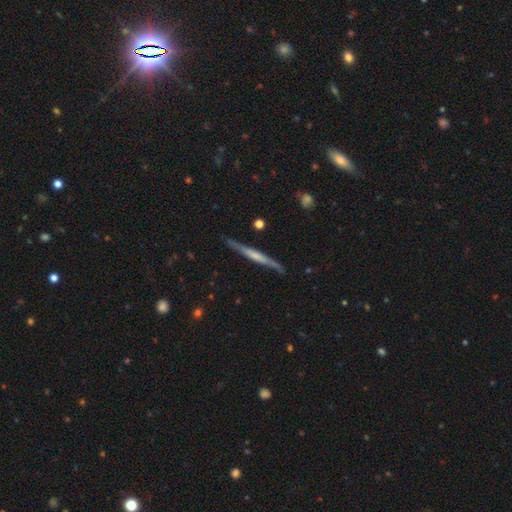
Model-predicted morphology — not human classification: Smooth or featured: featured or disk — 64% (smooth — 31%)
Edge-on disk: yes — 95% (no — 5%)
Edge-on bulge: none — 49% (rounded — 28%)
Merging: none — 82% (minor disturbance — 13%)